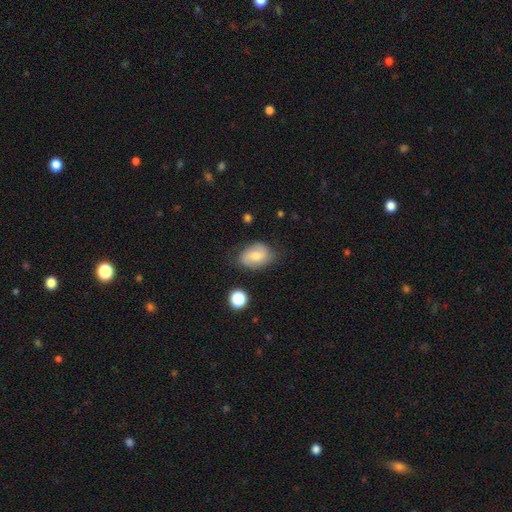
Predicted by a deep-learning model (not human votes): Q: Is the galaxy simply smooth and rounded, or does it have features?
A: smooth — 53%.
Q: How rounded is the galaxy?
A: in between — 75%.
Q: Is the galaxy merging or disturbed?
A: none — 68%.